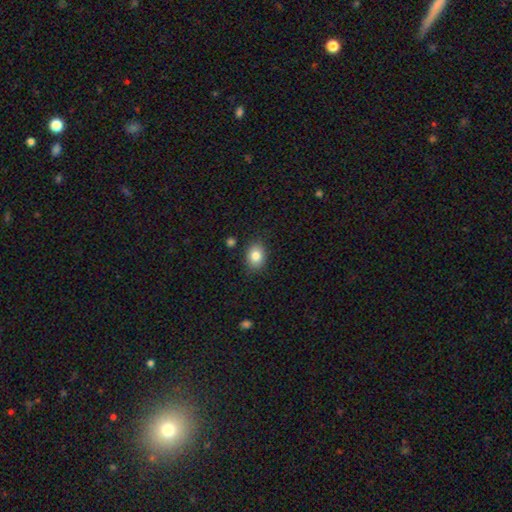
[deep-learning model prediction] Morphology: type=smooth (84%); roundness=in between (62%); merging=none (85%).